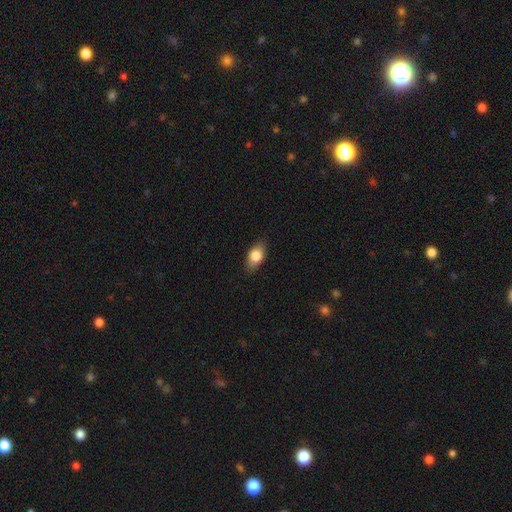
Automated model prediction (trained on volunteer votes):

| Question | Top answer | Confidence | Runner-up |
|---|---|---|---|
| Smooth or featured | smooth | 78% | featured or disk (15%) |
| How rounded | in between | 85% | round (10%) |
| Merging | none | 84% | minor disturbance (13%) |